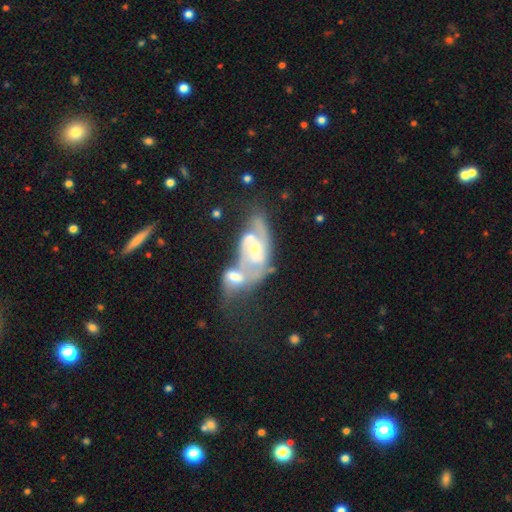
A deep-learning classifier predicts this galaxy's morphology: Smooth or featured? featured or disk (69%)
Edge-on disk? no (90%)
Bar? no (63%)
Spiral arms? yes (72%)
Bulge size? moderate (44%)
Merging? merger (59%)